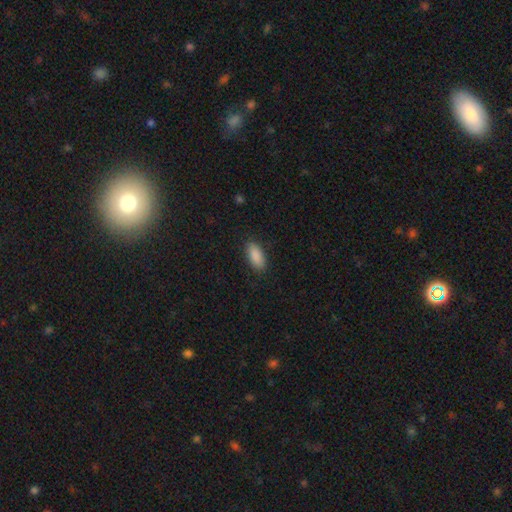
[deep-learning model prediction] Smooth or featured: smooth — 90% (star or artifact — 7%)
How rounded: in between — 88% (cigar-shaped — 10%)
Merging: none — 88% (minor disturbance — 9%)